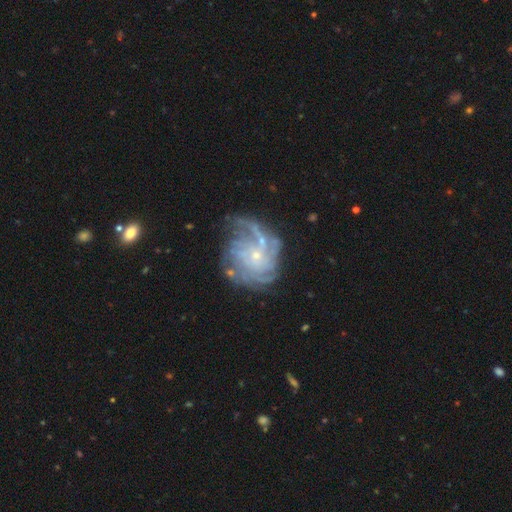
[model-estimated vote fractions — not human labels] Smooth or featured?
  - featured or disk: 84% *
  - star or artifact: 9%
  - smooth: 8%
Edge-on disk?
  - no: 98% *
  - yes: 2%
Bar?
  - no: 74% *
  - weak: 21%
  - strong: 4%
Spiral arms?
  - yes: 94% *
  - no: 6%
Spiral winding?
  - tight: 52% *
  - medium: 34%
  - loose: 14%
Spiral arm count?
  - can't tell: 28% *
  - 4: 25%
  - more than 4: 17%
  - 3: 14%
  - 2: 9%
  - 1: 7%
Bulge size?
  - small: 81% *
  - moderate: 12%
  - none: 4%
  - large: 1%
  - dominant: 1%
Merging?
  - none: 58% *
  - minor disturbance: 20%
  - major disturbance: 16%
  - merger: 5%